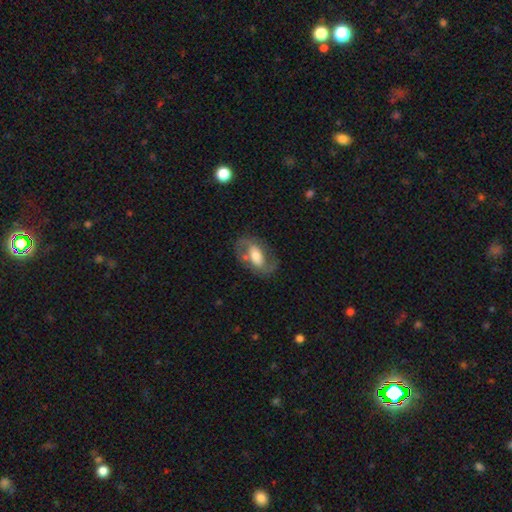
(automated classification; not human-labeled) smooth_or_featured: featured or disk (p=0.68) [alt: smooth p=0.26]
disk_edge_on: no (p=0.94) [alt: yes p=0.06]
bar: weak (p=0.37) [alt: no p=0.33]
has_spiral_arms: yes (p=0.80) [alt: no p=0.20]
spiral_winding: medium (p=0.49) [alt: loose p=0.31]
spiral_arm_count: 2 (p=0.87) [alt: can't tell p=0.07]
bulge_size: moderate (p=0.50) [alt: large p=0.26]
merging: none (p=0.70) [alt: minor disturbance p=0.17]